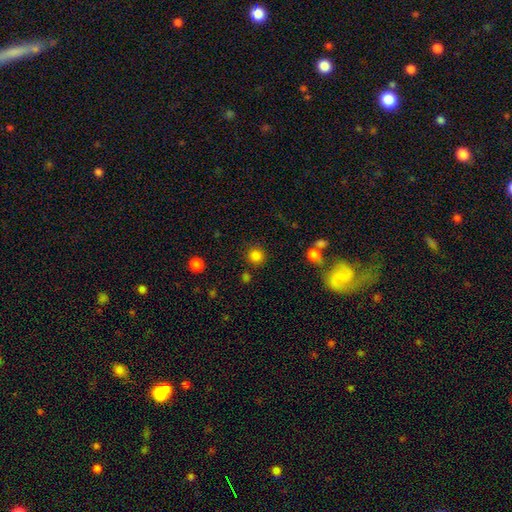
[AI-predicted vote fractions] smooth-or-featured: smooth: 83% | star or artifact: 13% | featured or disk: 4%
  how-rounded: round: 92% | in between: 7% | cigar-shaped: 1%
  merging: none: 85% | minor disturbance: 7% | merger: 5% | major disturbance: 3%